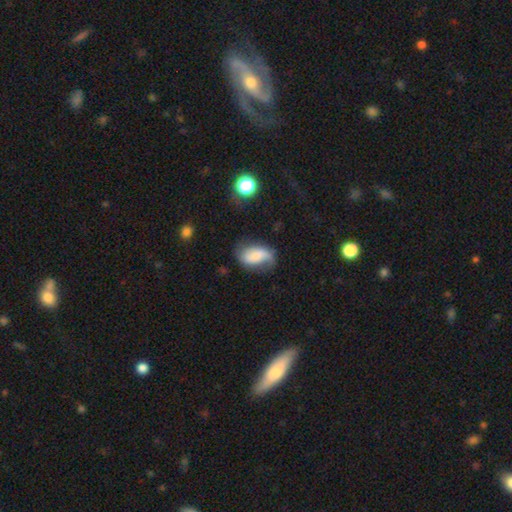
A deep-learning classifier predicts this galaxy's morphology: Smooth or featured: smooth — 49% (featured or disk — 42%)
Merging: none — 49% (minor disturbance — 30%)